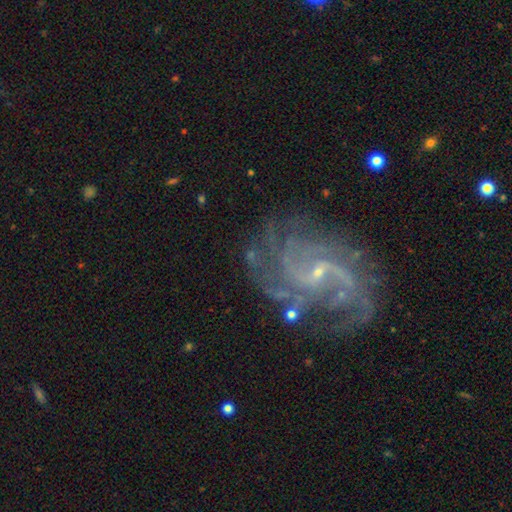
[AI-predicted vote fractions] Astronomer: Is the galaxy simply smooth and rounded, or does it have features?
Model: featured or disk — 87%.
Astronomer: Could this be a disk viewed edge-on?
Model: no — 98%.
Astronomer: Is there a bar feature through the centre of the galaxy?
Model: weak — 46% (runner-up: no, 38%).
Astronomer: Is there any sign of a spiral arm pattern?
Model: yes — 96%.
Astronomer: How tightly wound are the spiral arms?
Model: medium — 47% (runner-up: tight, 28%).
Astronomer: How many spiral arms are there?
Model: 2 — 30% (runner-up: can't tell, 21%).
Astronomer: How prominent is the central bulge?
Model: small — 82%.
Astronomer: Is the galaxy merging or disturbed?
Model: none — 59%.